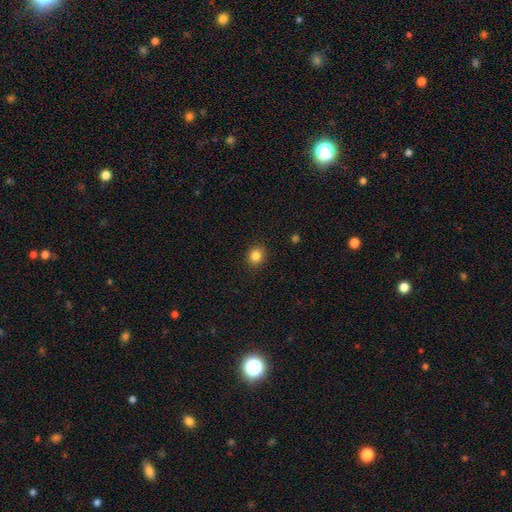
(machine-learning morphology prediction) Overall: smooth (84%). How rounded: round (79%). Merging: none (90%).